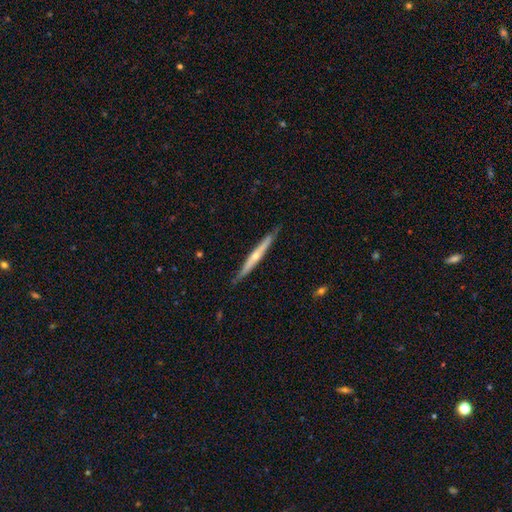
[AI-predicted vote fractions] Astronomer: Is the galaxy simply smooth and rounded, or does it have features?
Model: featured or disk — 69%.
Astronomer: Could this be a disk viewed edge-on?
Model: yes — 97%.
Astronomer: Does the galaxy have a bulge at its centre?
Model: rounded — 73%.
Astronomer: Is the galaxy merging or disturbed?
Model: none — 88%.